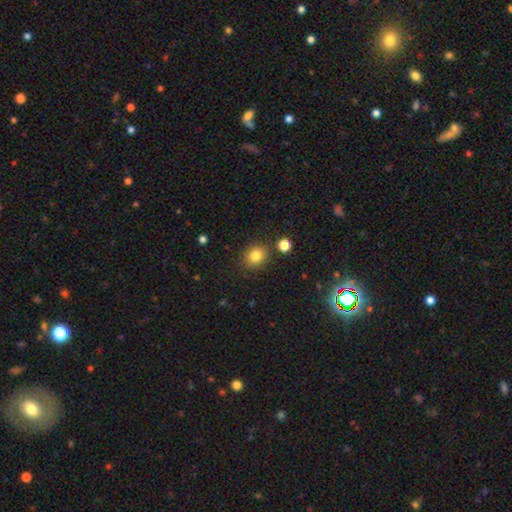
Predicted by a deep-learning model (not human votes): Overall: smooth (82%). How rounded: round (68%; in between 31%). Merging: none (81%).